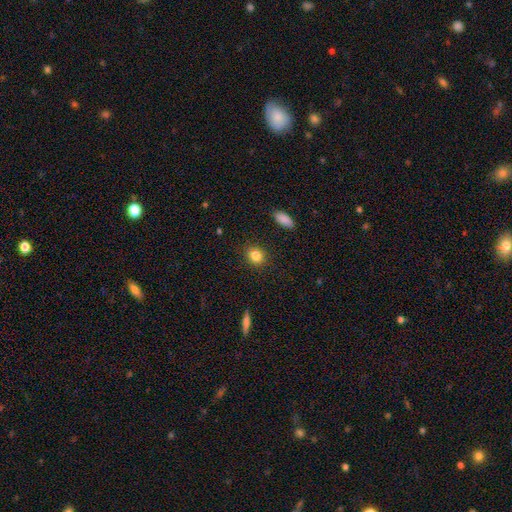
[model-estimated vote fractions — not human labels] Smooth or featured? smooth (85%)
How rounded? round (69%)
Merging? none (89%)